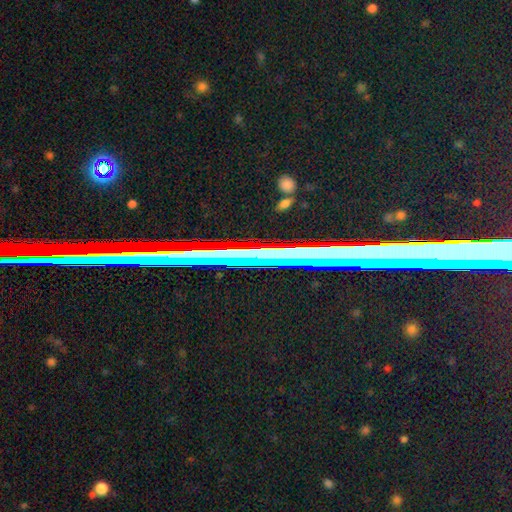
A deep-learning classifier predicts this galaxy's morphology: Smooth or featured? star or artifact (62%)